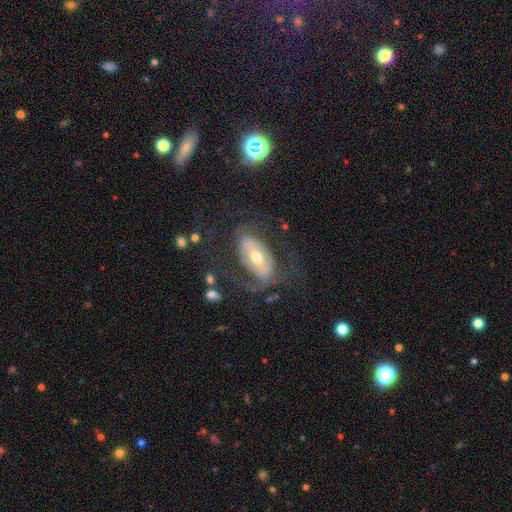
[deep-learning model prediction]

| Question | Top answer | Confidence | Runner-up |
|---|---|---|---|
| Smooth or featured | featured or disk | 62% | smooth (24%) |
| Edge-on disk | no | 85% | yes (15%) |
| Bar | no | 59% | weak (24%) |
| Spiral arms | yes | 53% | no (47%) |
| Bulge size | moderate | 53% | small (39%) |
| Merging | none | 62% | major disturbance (17%) |